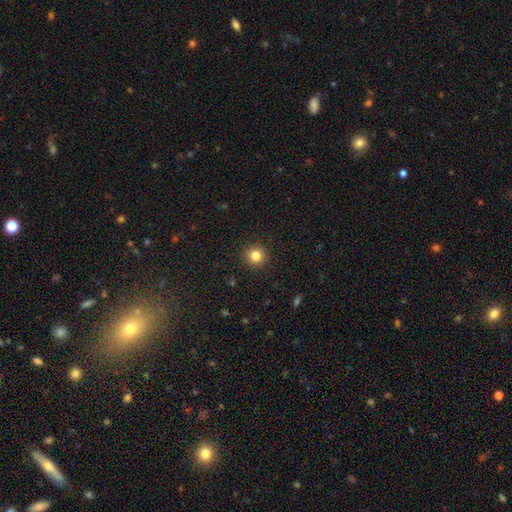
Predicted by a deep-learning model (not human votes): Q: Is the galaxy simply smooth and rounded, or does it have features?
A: smooth — 83%.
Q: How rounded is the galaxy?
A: round — 94%.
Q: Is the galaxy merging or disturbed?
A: none — 92%.